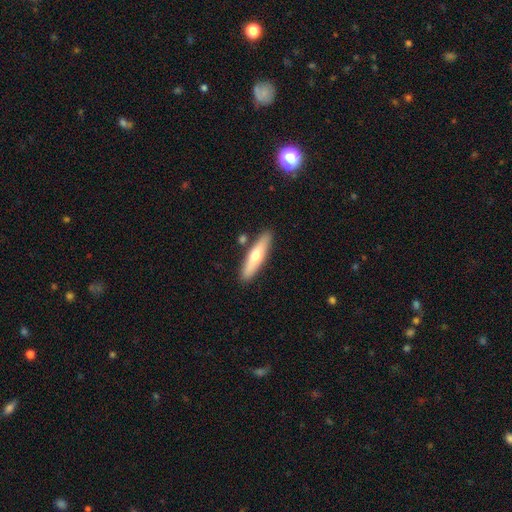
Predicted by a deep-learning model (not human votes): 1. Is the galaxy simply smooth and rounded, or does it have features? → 56% smooth, 39% featured or disk, 5% star or artifact.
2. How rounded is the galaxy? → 76% cigar-shaped, 22% in between, 2% round.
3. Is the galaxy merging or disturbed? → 84% none, 9% minor disturbance, 5% merger, 2% major disturbance.